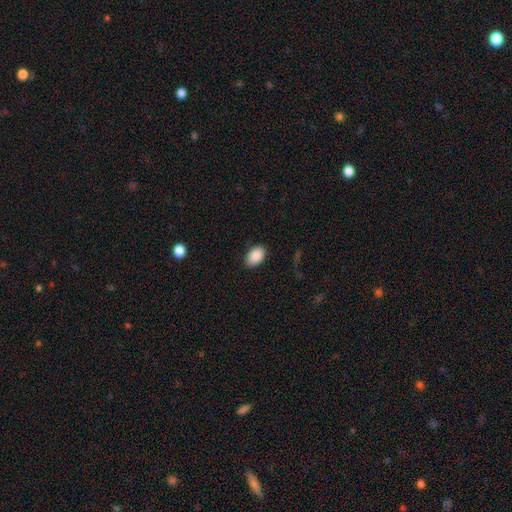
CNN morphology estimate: type=smooth (89%); roundness=in between (88%); merging=none (87%).